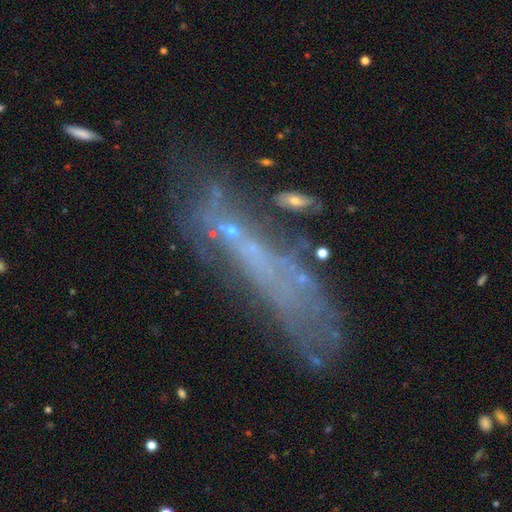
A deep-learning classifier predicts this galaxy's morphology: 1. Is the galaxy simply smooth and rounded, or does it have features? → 50% featured or disk, 29% smooth, 21% star or artifact.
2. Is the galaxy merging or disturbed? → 48% none, 23% major disturbance, 20% minor disturbance, 9% merger.